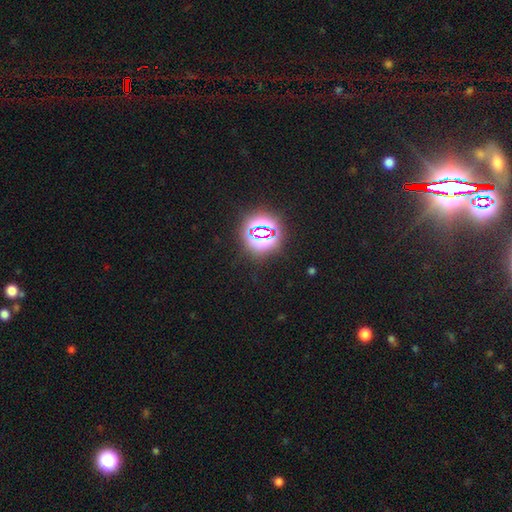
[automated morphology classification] This appears to be a star or artifact, not a galaxy (79%).